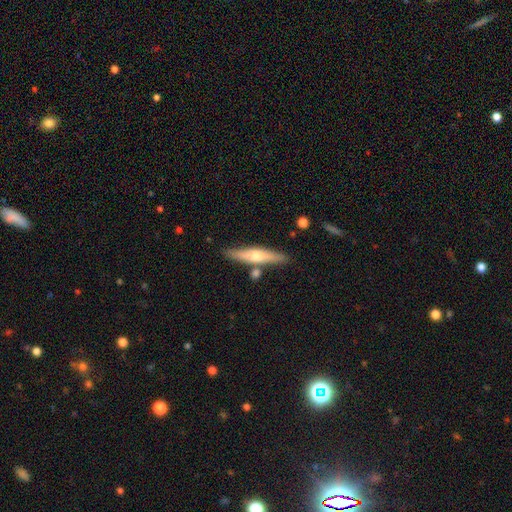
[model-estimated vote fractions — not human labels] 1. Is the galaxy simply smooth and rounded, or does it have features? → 49% featured or disk, 46% smooth, 5% star or artifact.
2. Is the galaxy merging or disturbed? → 80% none, 10% minor disturbance, 8% merger, 2% major disturbance.